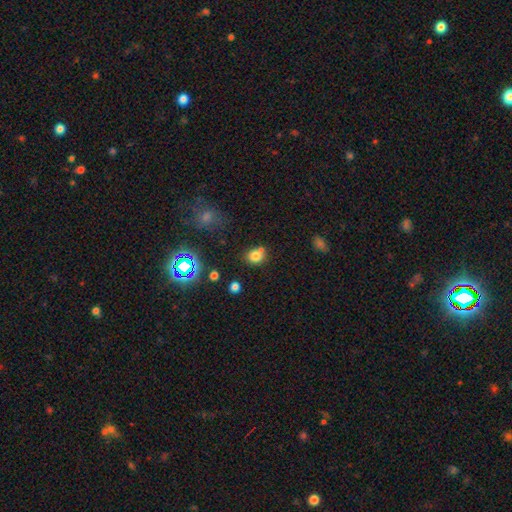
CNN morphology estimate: A smooth galaxy with no disk features (75%) that is round (73%). Merging: none (58%).